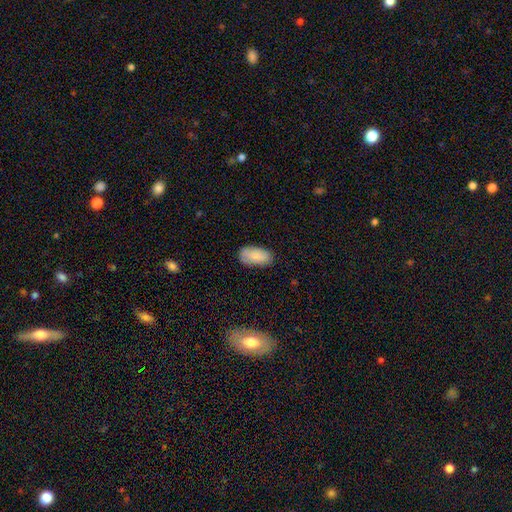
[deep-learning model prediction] A smooth galaxy with no disk features (85%) that is in between round and cigar-shaped (94%). Merging: none (78%).